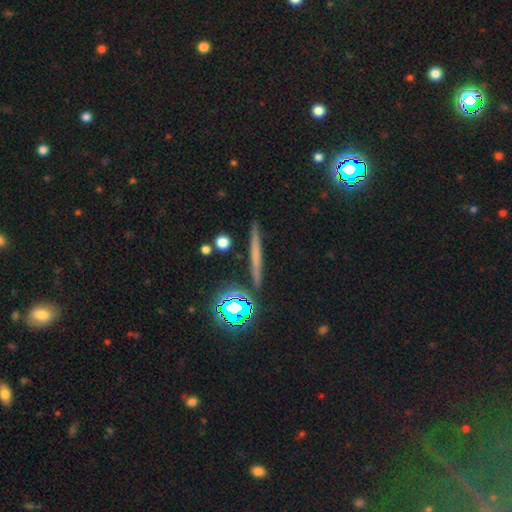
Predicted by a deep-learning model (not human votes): This appears to be a smooth galaxy with no disk features (42%). Merging: none (89%).